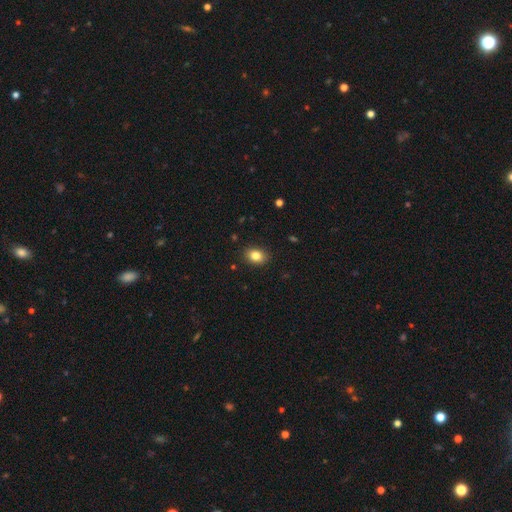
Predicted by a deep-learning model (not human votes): smooth-or-featured: smooth: 84% | star or artifact: 10% | featured or disk: 7%
  how-rounded: in between: 67% | round: 32% | cigar-shaped: 1%
  merging: none: 88% | minor disturbance: 9% | major disturbance: 2% | merger: 1%